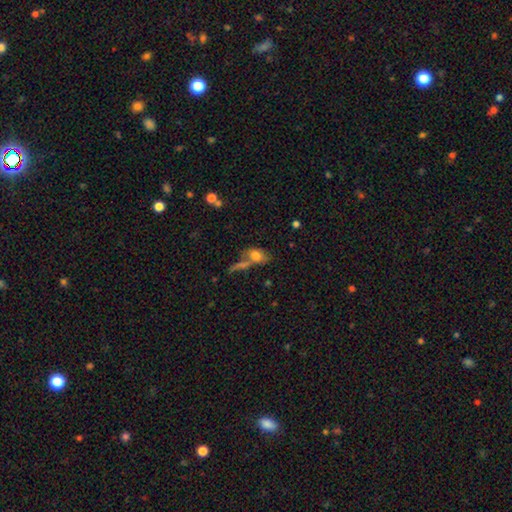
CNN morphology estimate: A smooth galaxy with no disk features (70%) that is in between round and cigar-shaped (78%).

Vote fractions:
- Smooth or featured? smooth: 70% / featured or disk: 19% / star or artifact: 11%
- How rounded? in between: 78% / round: 15% / cigar-shaped: 7%
- Merging? merger: 40% / none: 34% / minor disturbance: 14% / major disturbance: 12%